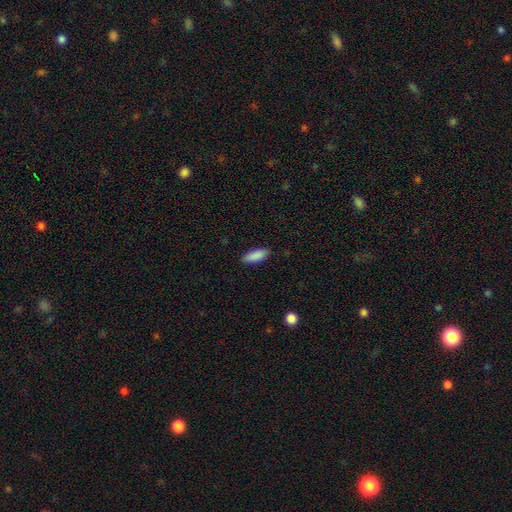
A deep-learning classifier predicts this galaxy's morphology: Smooth or featured: smooth — 89% (star or artifact — 6%)
How rounded: in between — 72% (cigar-shaped — 26%)
Merging: none — 86% (minor disturbance — 11%)